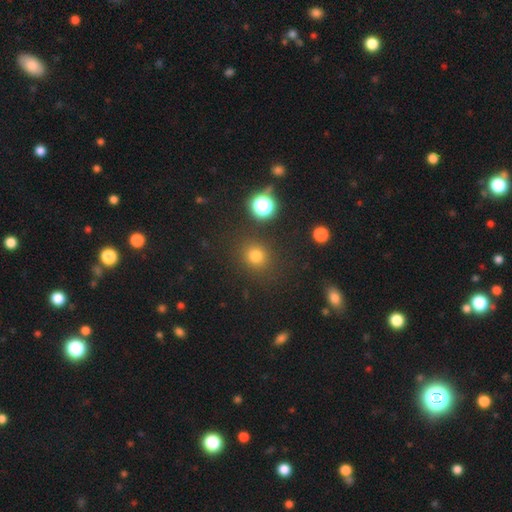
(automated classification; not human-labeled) Q: Smooth or featured?
A: smooth (75%); runner-up: star or artifact (19%)
Q: How rounded?
A: round (85%); runner-up: in between (14%)
Q: Merging?
A: none (86%); runner-up: minor disturbance (8%)